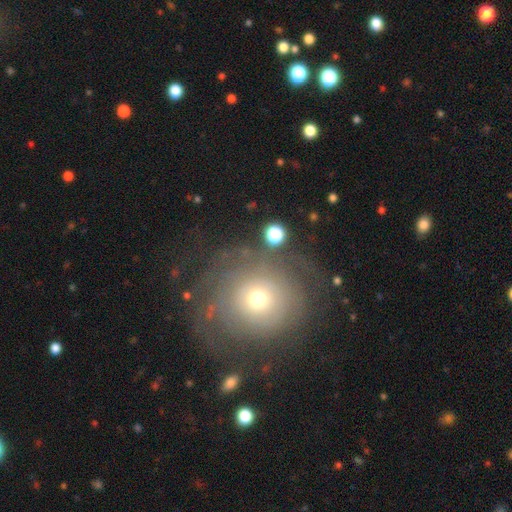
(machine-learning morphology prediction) The model was most divided on "smooth or featured" (2-way tie): featured or disk: 40%, smooth: 40%, star or artifact: 20%. More confident: merging — none (76%).